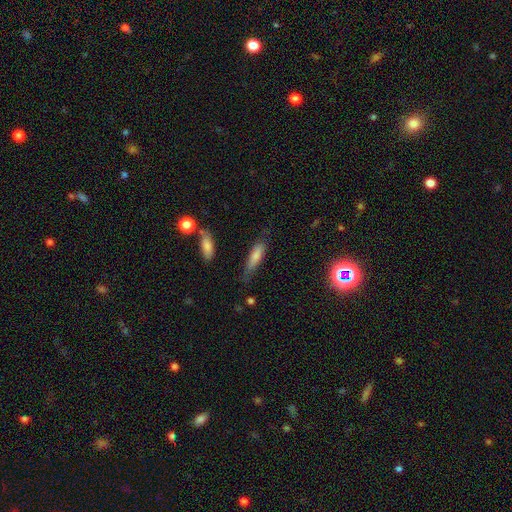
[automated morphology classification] Smooth or featured?
  - smooth: 76% *
  - featured or disk: 17%
  - star or artifact: 7%
How rounded?
  - cigar-shaped: 61% *
  - in between: 37%
  - round: 2%
Merging?
  - none: 61% *
  - minor disturbance: 28%
  - major disturbance: 8%
  - merger: 3%